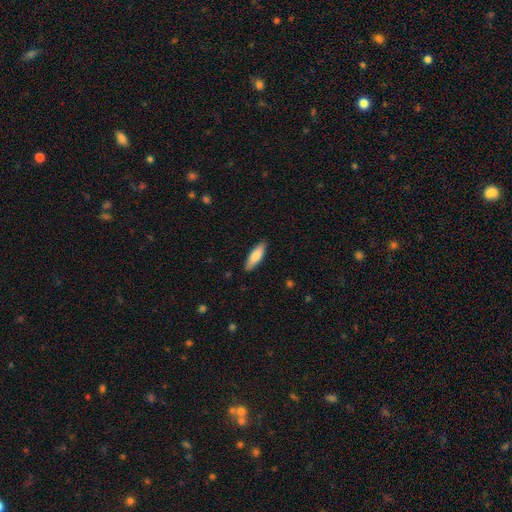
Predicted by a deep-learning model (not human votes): Smooth or featured? Predicted: smooth (p=0.79). How rounded? Predicted: cigar-shaped (p=0.50). Merging? Predicted: none (p=0.88).